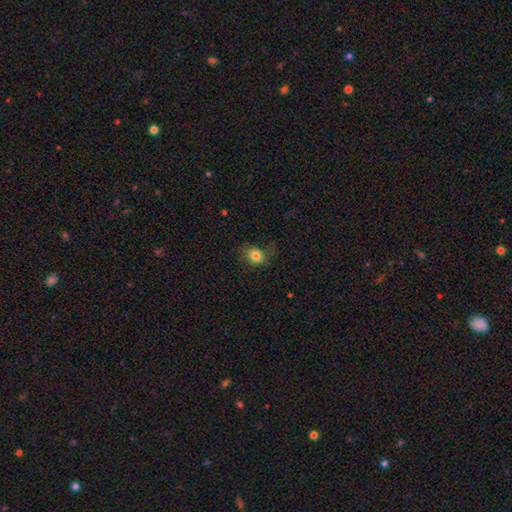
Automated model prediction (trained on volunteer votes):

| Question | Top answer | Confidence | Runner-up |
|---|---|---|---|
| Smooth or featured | smooth | 81% | star or artifact (11%) |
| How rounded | round | 54% | in between (45%) |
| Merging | none | 68% | minor disturbance (22%) |